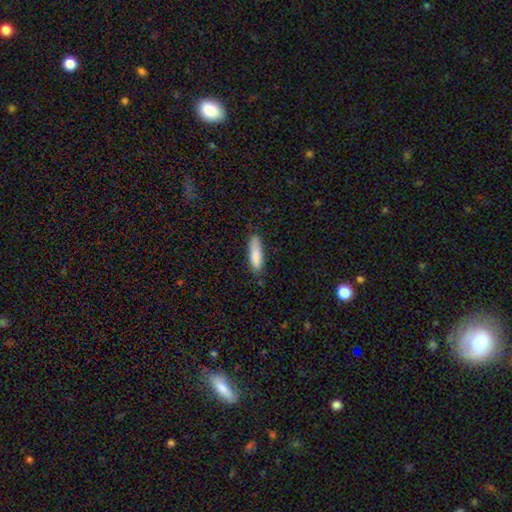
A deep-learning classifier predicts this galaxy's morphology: The model was most divided on "how rounded": cigar-shaped: 64%, in between: 35%, round: 1%. More confident: smooth or featured — smooth (85%); merging — none (77%).